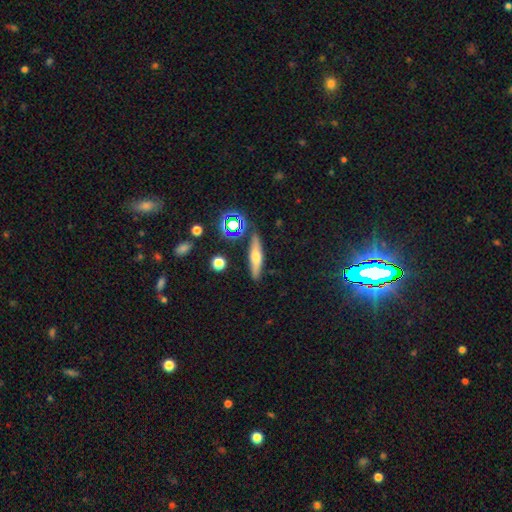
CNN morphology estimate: Smooth or featured? Predicted: featured or disk (p=0.44). Merging? Predicted: none (p=0.85).